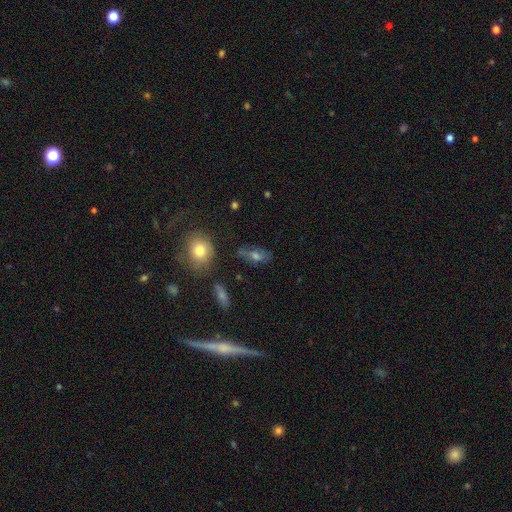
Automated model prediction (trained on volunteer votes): Q: Smooth or featured?
A: smooth (49%); runner-up: featured or disk (33%)
Q: Merging?
A: none (68%); runner-up: minor disturbance (18%)